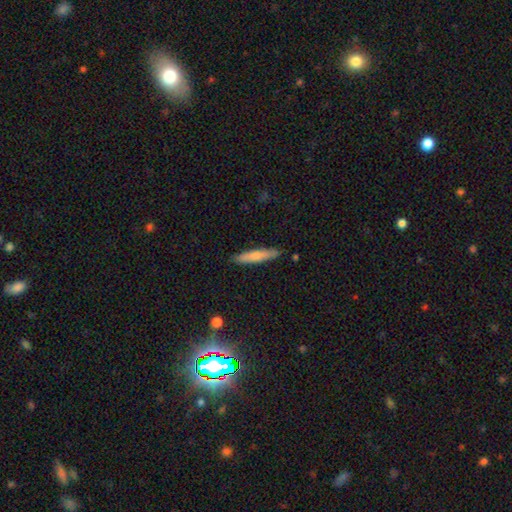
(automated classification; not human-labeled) smooth_or_featured: smooth (p=0.70) [alt: featured or disk p=0.24]
how_rounded: cigar-shaped (p=0.89) [alt: in between p=0.09]
merging: none (p=0.88) [alt: minor disturbance p=0.09]